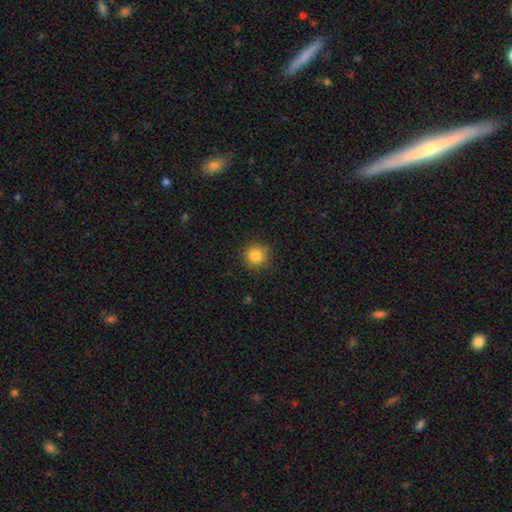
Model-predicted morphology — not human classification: A smooth galaxy with no disk features (82%) that is round (94%).

Vote fractions:
- Smooth or featured? smooth: 82% / star or artifact: 12% / featured or disk: 6%
- How rounded? round: 94% / in between: 5% / cigar-shaped: 1%
- Merging? none: 87% / minor disturbance: 10% / major disturbance: 3% / merger: 1%